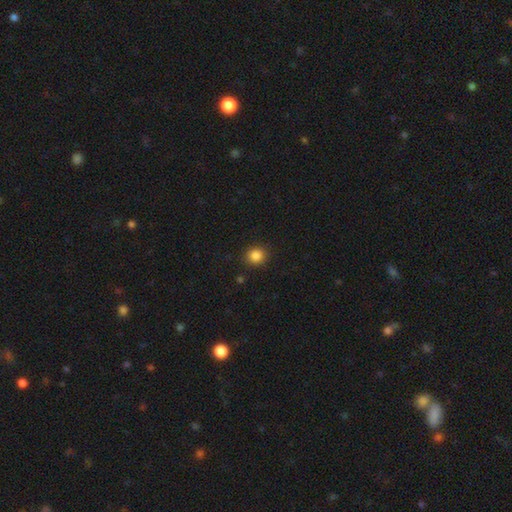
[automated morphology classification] This appears to be a smooth galaxy with no disk features (85%) that is round (85%). Merging: none (89%).